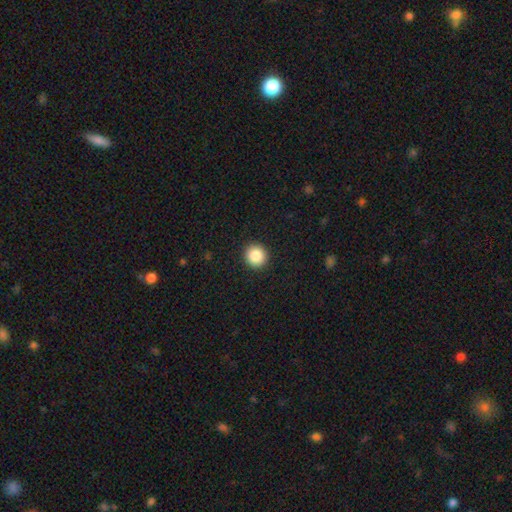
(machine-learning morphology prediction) smooth-or-featured: smooth: 87% | star or artifact: 9% | featured or disk: 4%
  how-rounded: round: 93% | in between: 6% | cigar-shaped: 1%
  merging: none: 93% | minor disturbance: 5% | major disturbance: 2% | merger: 1%